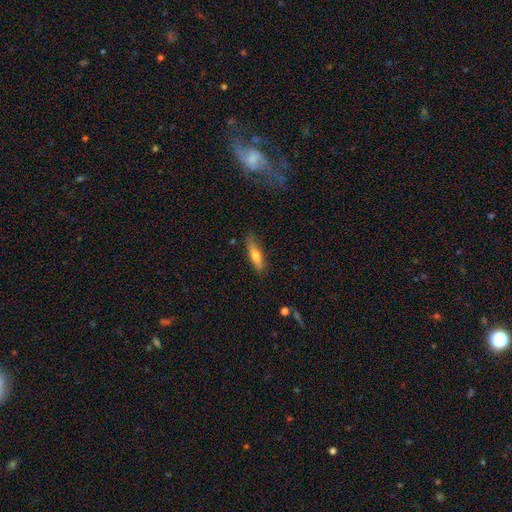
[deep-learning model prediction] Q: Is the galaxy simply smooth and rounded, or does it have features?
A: smooth — 65%.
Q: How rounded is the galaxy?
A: cigar-shaped — 72%.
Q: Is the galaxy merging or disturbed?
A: none — 79%.